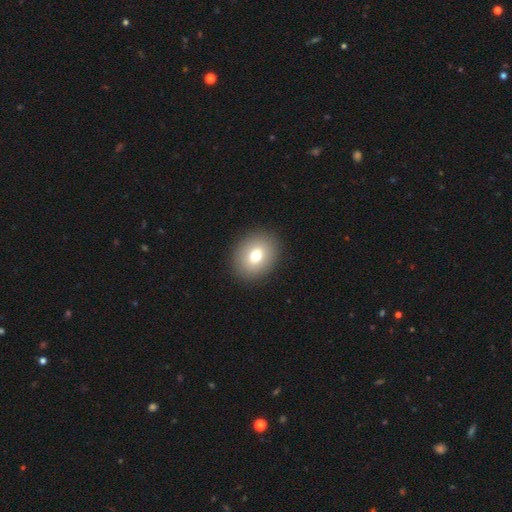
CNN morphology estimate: Smooth or featured?
  - smooth: 74% *
  - featured or disk: 15%
  - star or artifact: 11%
How rounded?
  - round: 51% *
  - in between: 48%
  - cigar-shaped: 1%
Merging?
  - none: 90% *
  - minor disturbance: 7%
  - major disturbance: 3%
  - merger: 1%